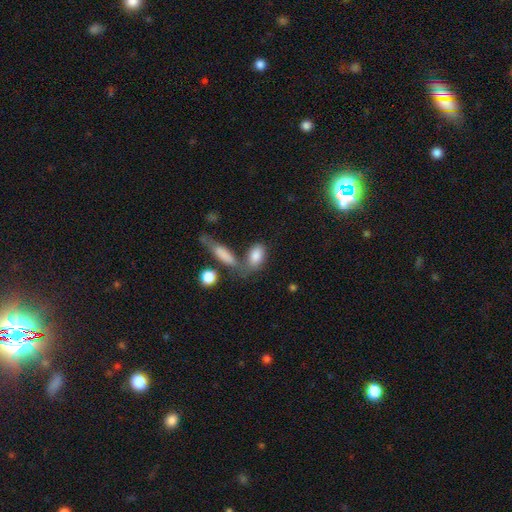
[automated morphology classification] Smooth or featured?
  - smooth: 83% *
  - featured or disk: 10%
  - star or artifact: 7%
How rounded?
  - in between: 86% *
  - cigar-shaped: 7%
  - round: 7%
Merging?
  - none: 45% *
  - merger: 32%
  - minor disturbance: 15%
  - major disturbance: 8%